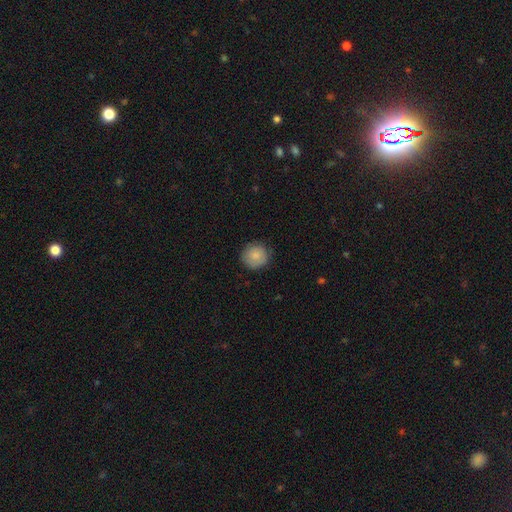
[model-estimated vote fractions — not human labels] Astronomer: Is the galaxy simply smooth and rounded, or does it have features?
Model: smooth — 84%.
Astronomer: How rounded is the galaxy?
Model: round — 92%.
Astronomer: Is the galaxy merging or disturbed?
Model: none — 83%.